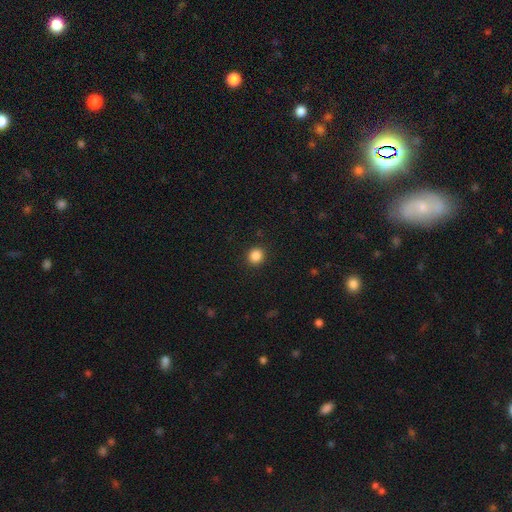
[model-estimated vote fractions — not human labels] smooth-or-featured: smooth: 86% | star or artifact: 11% | featured or disk: 3%
  how-rounded: round: 88% | in between: 11% | cigar-shaped: 1%
  merging: none: 92% | minor disturbance: 5% | major disturbance: 2% | merger: 1%